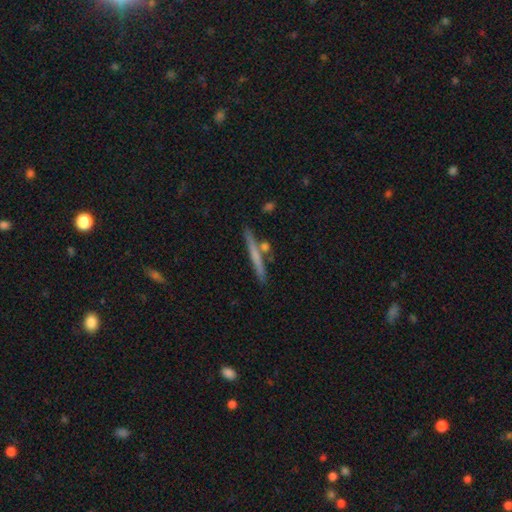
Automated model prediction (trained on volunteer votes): smooth_or_featured: smooth (p=0.51) [alt: featured or disk p=0.42]
how_rounded: cigar-shaped (p=0.95) [alt: in between p=0.03]
merging: none (p=0.82) [alt: minor disturbance p=0.09]